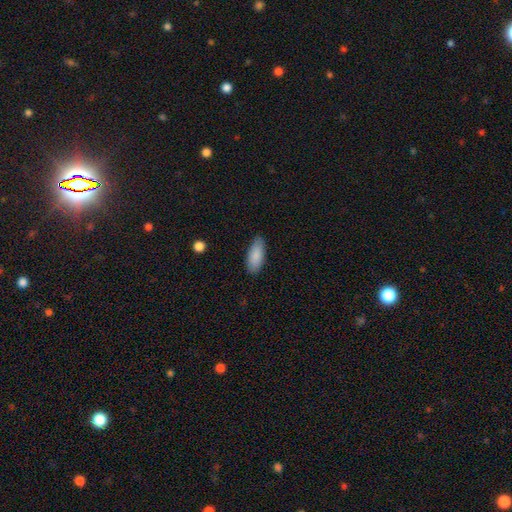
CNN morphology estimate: Overall: smooth (88%). How rounded: in between (82%). Merging: none (85%).